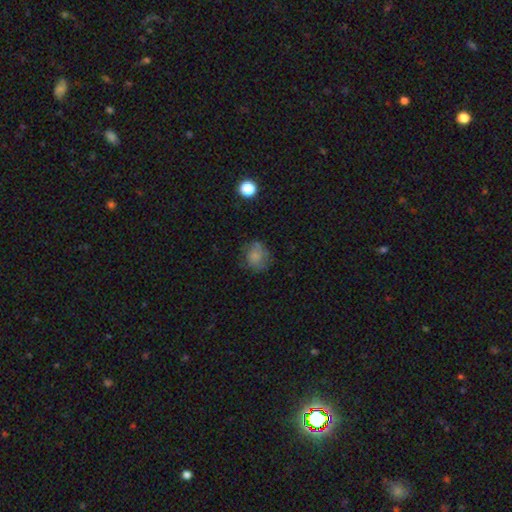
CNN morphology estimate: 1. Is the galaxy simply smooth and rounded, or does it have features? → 71% smooth, 17% featured or disk, 12% star or artifact.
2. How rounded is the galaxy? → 77% round, 22% in between, 1% cigar-shaped.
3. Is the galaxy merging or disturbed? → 62% none, 24% minor disturbance, 12% major disturbance, 2% merger.